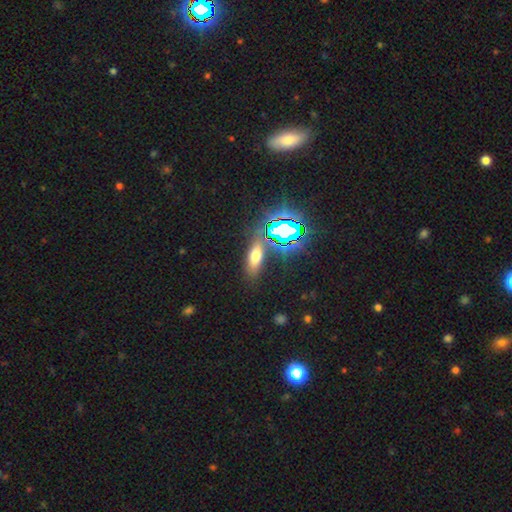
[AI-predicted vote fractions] Q: Smooth or featured?
A: smooth (53%); runner-up: star or artifact (34%)
Q: How rounded?
A: in between (60%); runner-up: cigar-shaped (31%)
Q: Merging?
A: none (79%); runner-up: minor disturbance (11%)